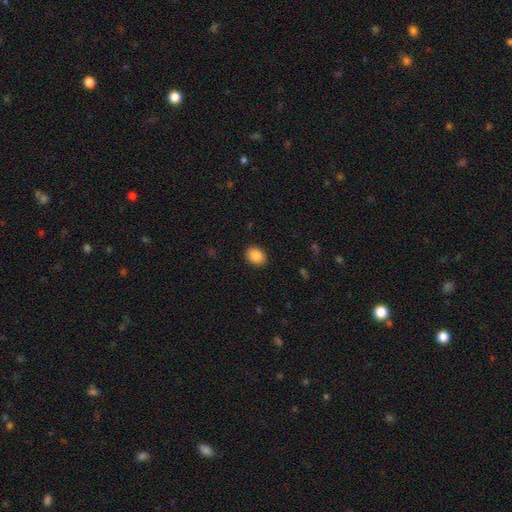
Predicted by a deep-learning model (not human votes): smooth_or_featured: smooth (p=0.89) [alt: star or artifact p=0.08]
how_rounded: in between (p=0.70) [alt: round p=0.29]
merging: none (p=0.90) [alt: minor disturbance p=0.07]